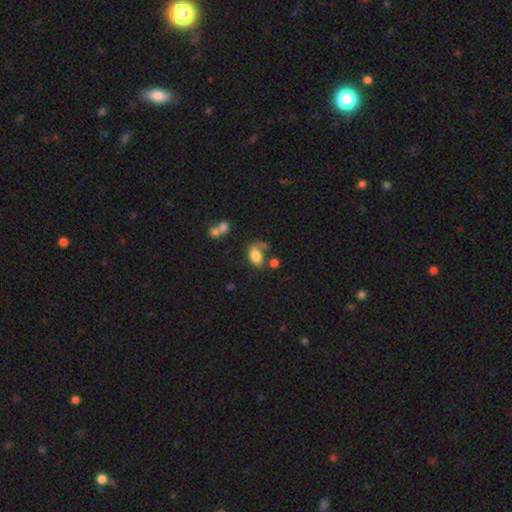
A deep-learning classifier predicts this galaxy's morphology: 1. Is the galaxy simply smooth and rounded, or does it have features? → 70% smooth, 21% featured or disk, 9% star or artifact.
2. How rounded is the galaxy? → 88% in between, 11% round, 2% cigar-shaped.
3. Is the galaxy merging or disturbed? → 35% none, 28% major disturbance, 20% minor disturbance, 17% merger.